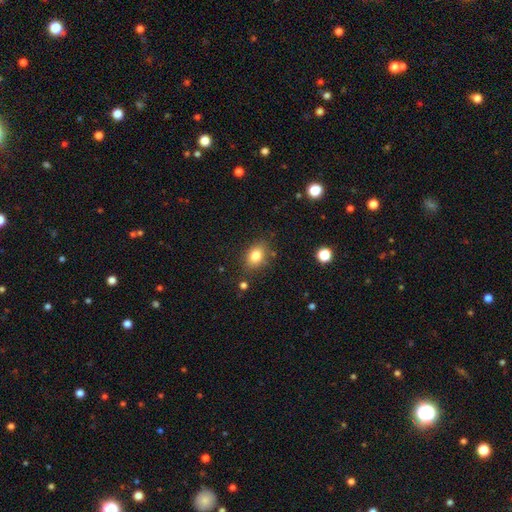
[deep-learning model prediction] smooth 81%, star or artifact 10%, featured or disk 9%. Down the decision tree: how rounded — in between (74%); merging — none (80%).